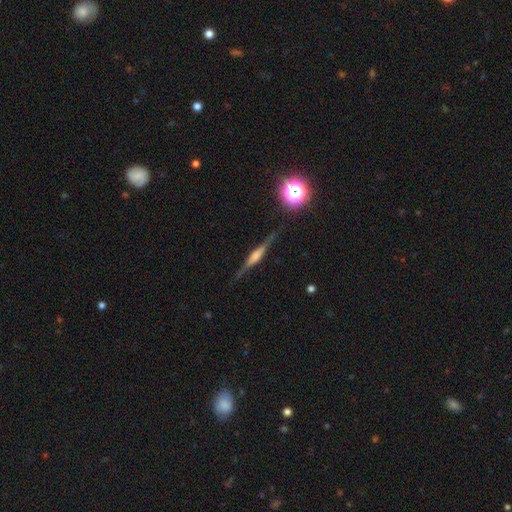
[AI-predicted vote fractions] Morphology: type=featured or disk (75%); edge-on=yes (97%); edge-on bulge=rounded (59%); merging=none (84%).